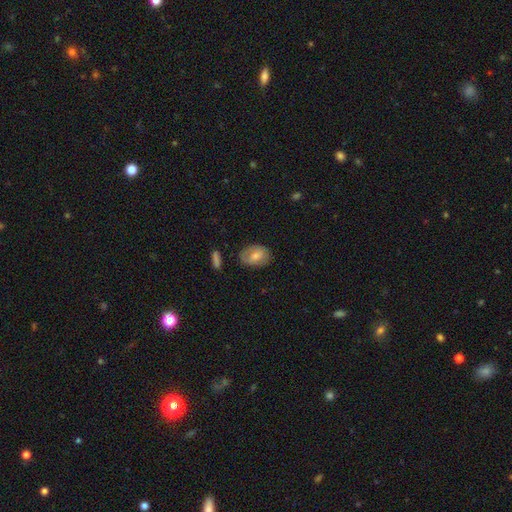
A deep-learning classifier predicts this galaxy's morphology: A smooth galaxy with no disk features (63%) that is in between round and cigar-shaped (78%). Merging: none (76%).